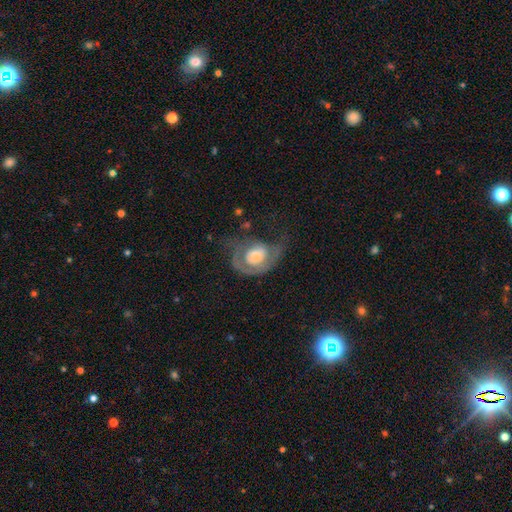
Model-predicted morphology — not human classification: Smooth or featured: featured or disk — 69% (smooth — 24%)
Edge-on disk: no — 97% (yes — 3%)
Bar: no — 75% (weak — 21%)
Spiral arms: yes — 81% (no — 19%)
Spiral winding: tight — 39% (medium — 35%)
Spiral arm count: 1 — 51% (2 — 29%)
Bulge size: moderate — 44% (small — 26%)
Merging: major disturbance — 45% (none — 32%)